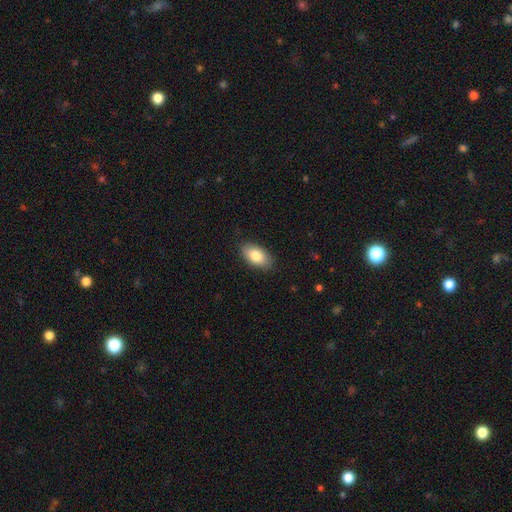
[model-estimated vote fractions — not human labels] This is clearly a smooth galaxy (83%). How rounded: clearly in between (94%). Merging: clearly none (87%).